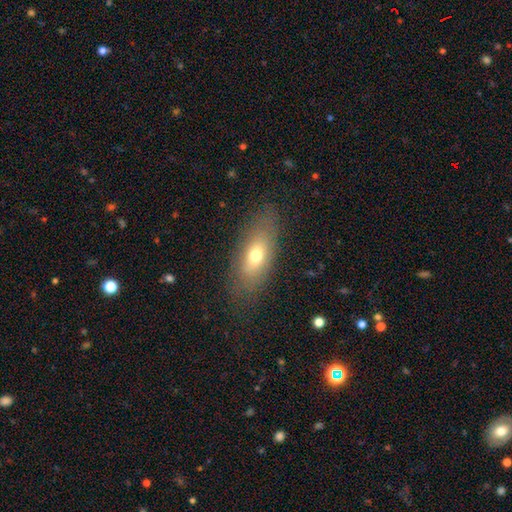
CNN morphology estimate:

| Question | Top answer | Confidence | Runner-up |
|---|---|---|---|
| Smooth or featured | smooth | 66% | featured or disk (25%) |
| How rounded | in between | 75% | cigar-shaped (19%) |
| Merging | none | 79% | minor disturbance (14%) |